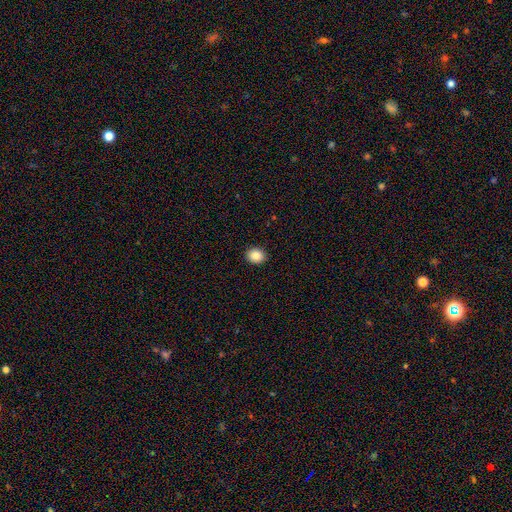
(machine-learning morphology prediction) This appears to be a smooth galaxy with no disk features (87%) that is round (63%). Merging: none (92%).